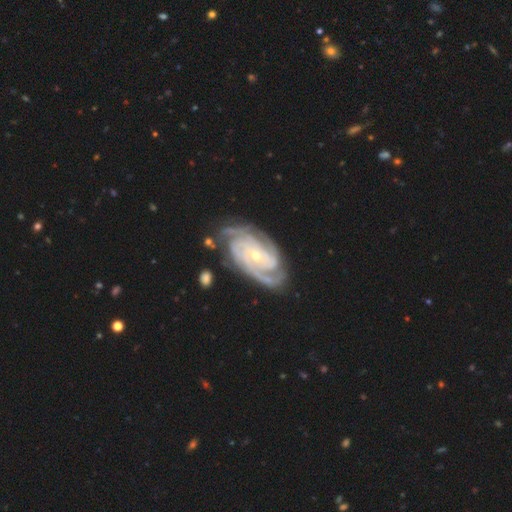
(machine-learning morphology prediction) Overall: featured or disk (92%). Edge-on disk: no (97%). Bar: no (64%; weak 25%). Spiral arms: yes (98%). Spiral arm count: 3 (33%; 4 23%). Spiral winding: tight (74%). Bulge size: small (69%). Merging: none (72%).